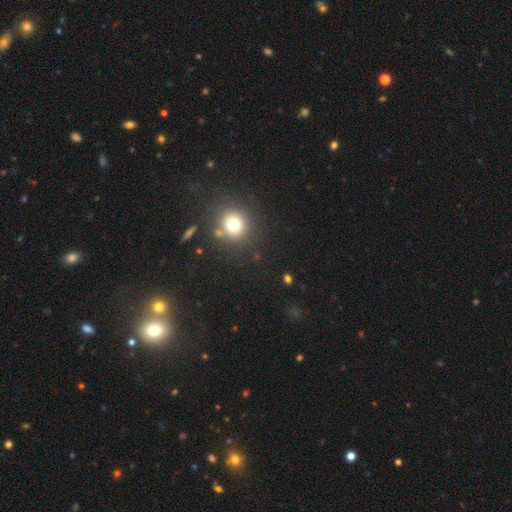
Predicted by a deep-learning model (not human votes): The model was most divided on "smooth or featured": smooth: 53%, star or artifact: 41%, featured or disk: 6%. More confident: how rounded — round (90%); merging — none (85%).